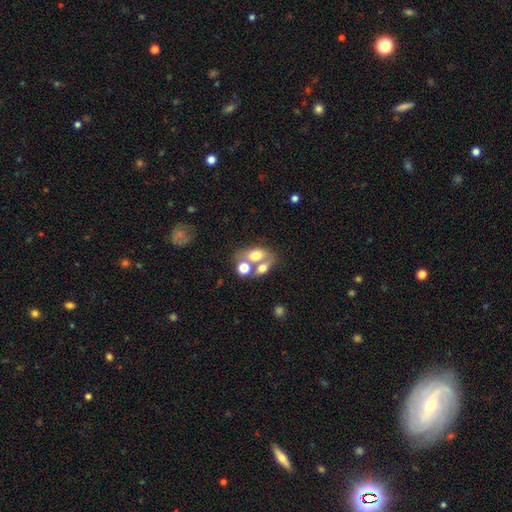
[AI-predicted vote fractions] Smooth or featured?
  - smooth: 62% *
  - featured or disk: 27%
  - star or artifact: 11%
How rounded?
  - in between: 75% *
  - round: 22%
  - cigar-shaped: 3%
Merging?
  - merger: 53% *
  - none: 30%
  - minor disturbance: 10%
  - major disturbance: 7%